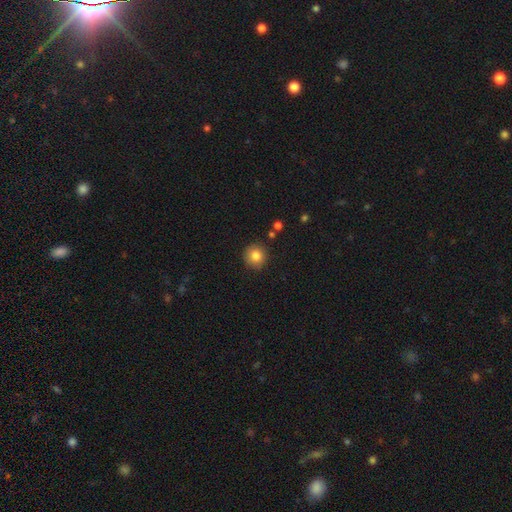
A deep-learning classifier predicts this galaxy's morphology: Overall: smooth (83%). How rounded: round (93%). Merging: none (88%).